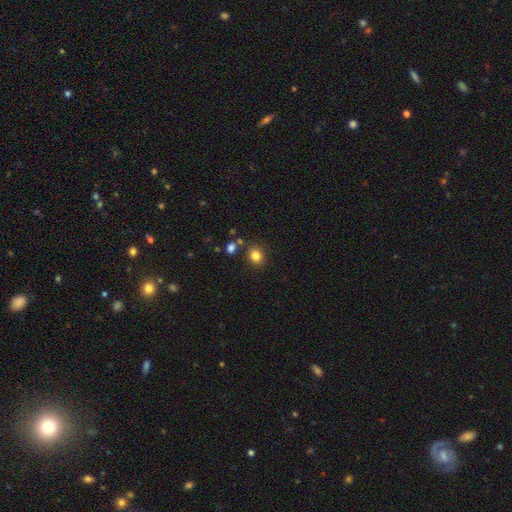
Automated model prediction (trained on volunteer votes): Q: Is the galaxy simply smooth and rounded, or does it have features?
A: smooth — 83%.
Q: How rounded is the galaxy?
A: round — 71%.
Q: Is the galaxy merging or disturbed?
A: none — 83%.